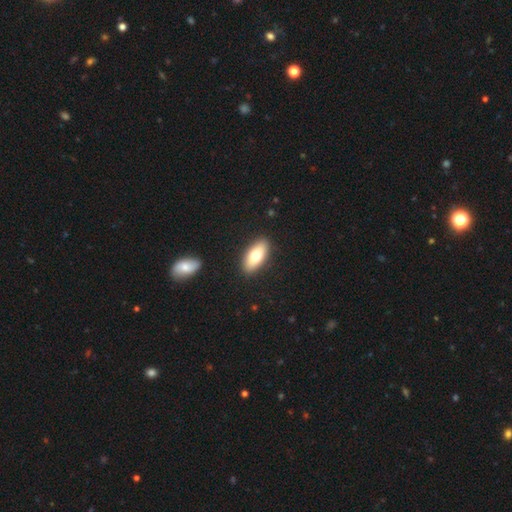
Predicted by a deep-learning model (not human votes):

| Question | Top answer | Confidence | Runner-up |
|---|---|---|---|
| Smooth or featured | smooth | 73% | featured or disk (21%) |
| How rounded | in between | 86% | cigar-shaped (12%) |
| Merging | none | 89% | minor disturbance (7%) |